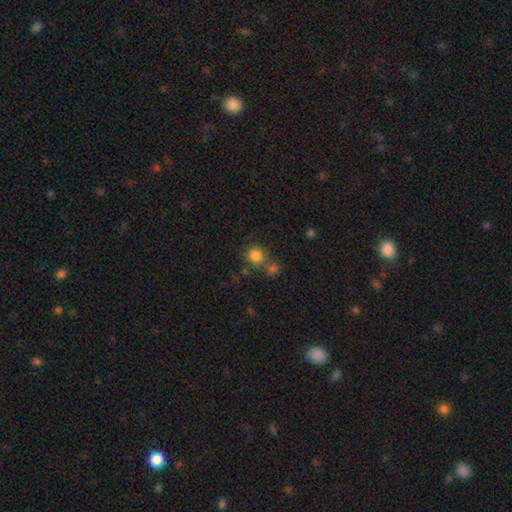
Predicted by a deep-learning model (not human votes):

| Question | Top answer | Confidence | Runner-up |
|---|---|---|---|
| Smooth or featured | smooth | 81% | star or artifact (13%) |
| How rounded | round | 88% | in between (11%) |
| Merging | none | 60% | merger (27%) |